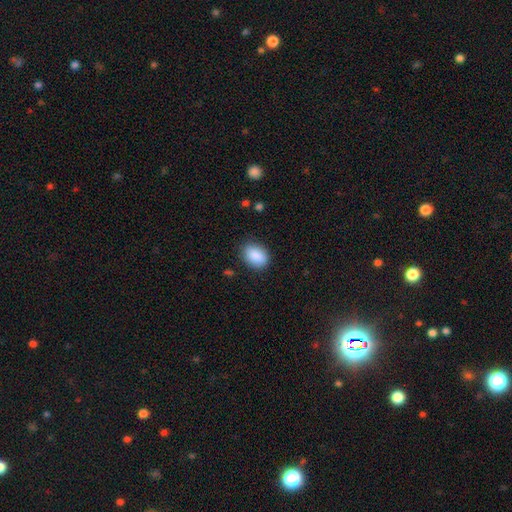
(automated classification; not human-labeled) Smooth or featured: smooth — 89% (star or artifact — 7%)
How rounded: in between — 81% (round — 18%)
Merging: none — 84% (minor disturbance — 12%)